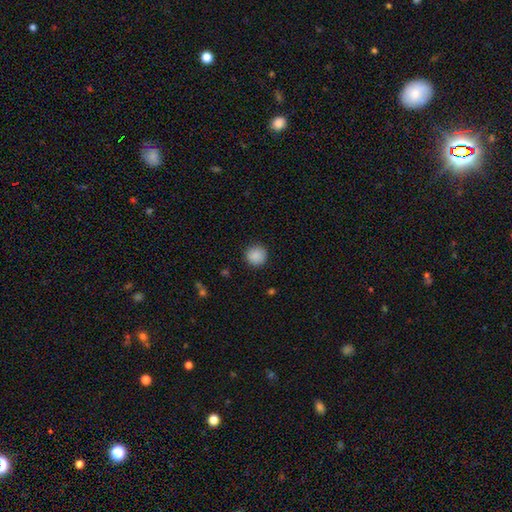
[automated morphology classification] A smooth galaxy with no disk features (89%) that is round (93%). Merging: none (90%).